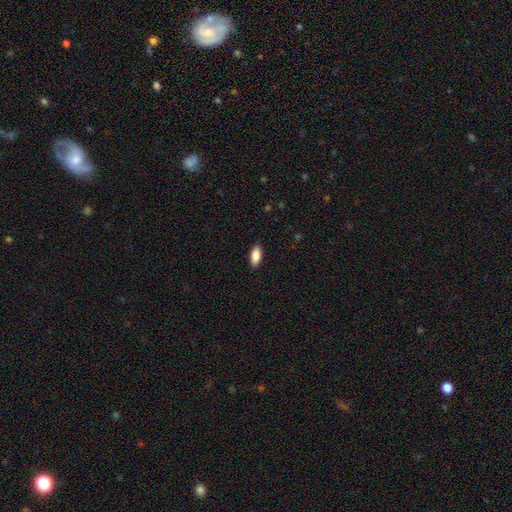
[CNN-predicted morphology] The model was most divided on "how rounded": in between: 88%, cigar-shaped: 10%, round: 2%. More confident: merging — none (89%); smooth or featured — smooth (88%).